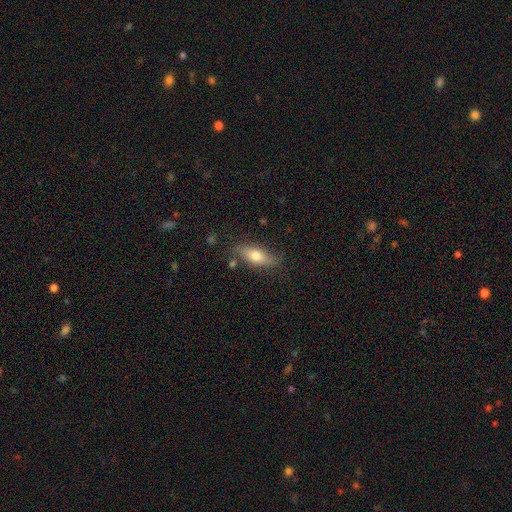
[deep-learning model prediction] A smooth galaxy with no disk features (64%) that is in between round and cigar-shaped (63%).

Vote fractions:
- Smooth or featured? smooth: 64% / featured or disk: 29% / star or artifact: 7%
- How rounded? in between: 63% / cigar-shaped: 34% / round: 4%
- Merging? none: 77% / minor disturbance: 16% / major disturbance: 4% / merger: 3%